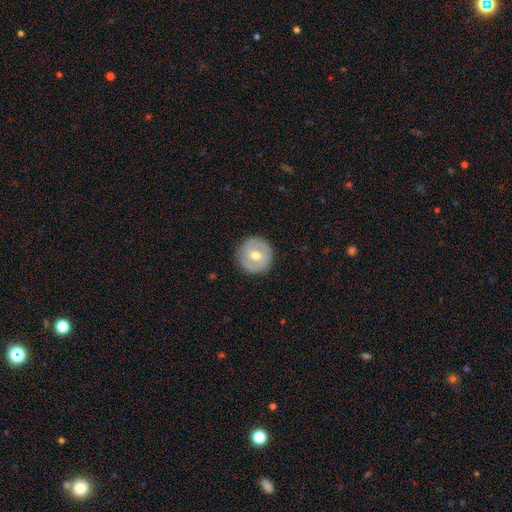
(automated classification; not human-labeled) This appears to be a smooth galaxy with no disk features (51%) that is round (94%). Merging: none (89%).